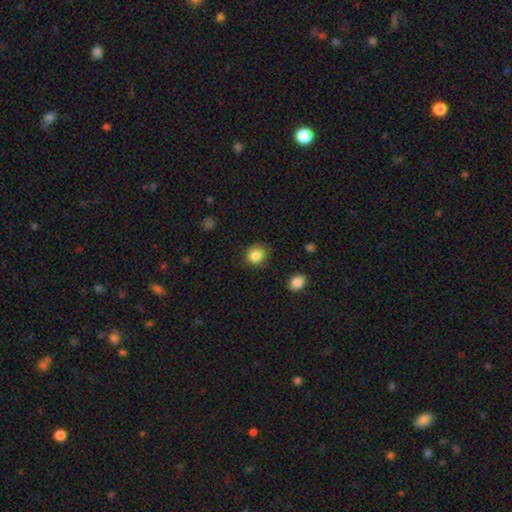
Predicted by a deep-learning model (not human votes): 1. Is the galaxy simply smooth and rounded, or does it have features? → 85% smooth, 10% star or artifact, 5% featured or disk.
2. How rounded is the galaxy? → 76% round, 23% in between, 1% cigar-shaped.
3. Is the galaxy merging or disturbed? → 77% none, 17% minor disturbance, 4% major disturbance, 2% merger.